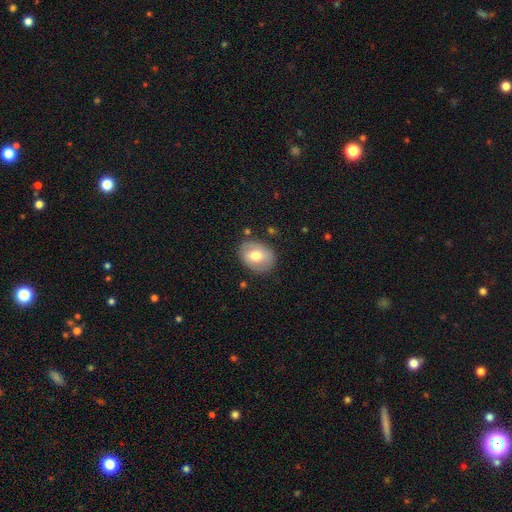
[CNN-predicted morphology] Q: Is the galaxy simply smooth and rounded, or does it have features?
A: smooth — 64%.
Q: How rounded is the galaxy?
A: in between — 63%.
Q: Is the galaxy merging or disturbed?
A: none — 80%.